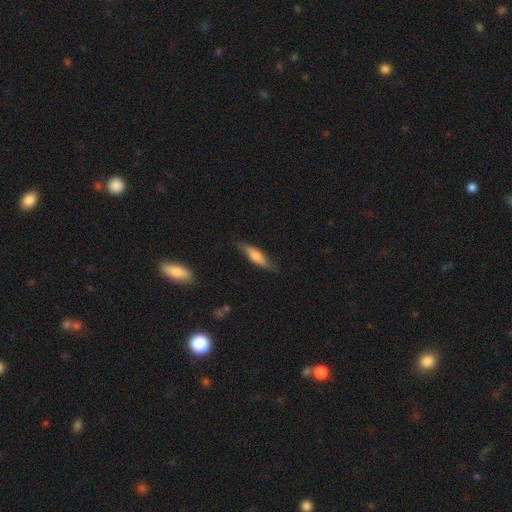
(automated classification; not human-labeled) This appears to be a smooth galaxy with no disk features (54%) that is cigar-shaped (68%). Merging: none (75%).